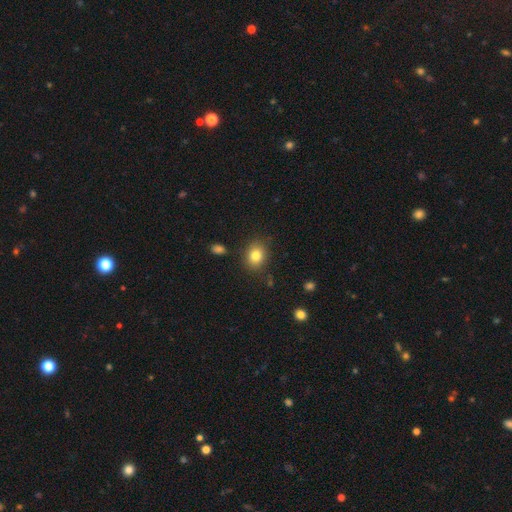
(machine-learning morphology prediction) type=smooth (83%); roundness=round (55%); merging=none (85%).